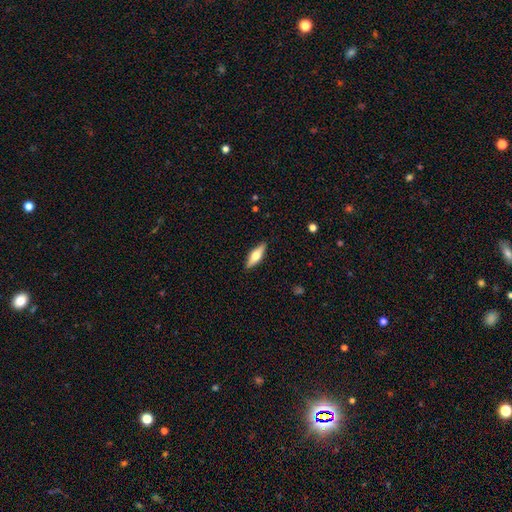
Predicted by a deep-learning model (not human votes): Overall: smooth (49%; featured or disk 45%). Merging: none (89%).